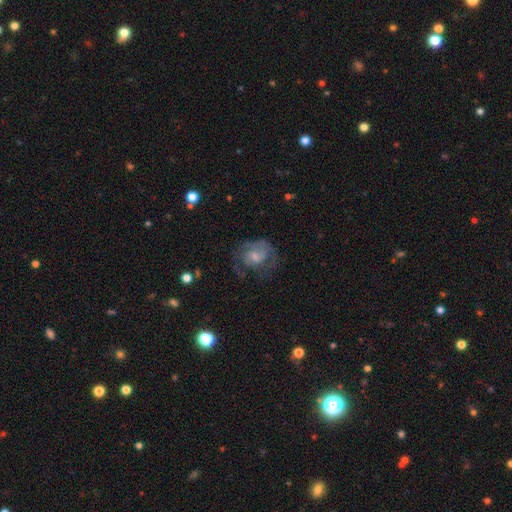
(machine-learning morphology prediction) This appears to be a featured or disk galaxy (59%) with no bar (56%), spiral arms (73%) and a small central bulge (44%). Merging: none (48%).